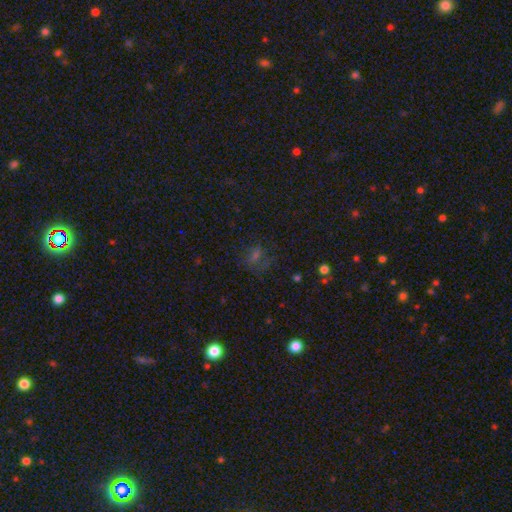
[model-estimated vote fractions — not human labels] smooth 42%, star or artifact 41%, featured or disk 18%. Down the decision tree: merging — none (60%).